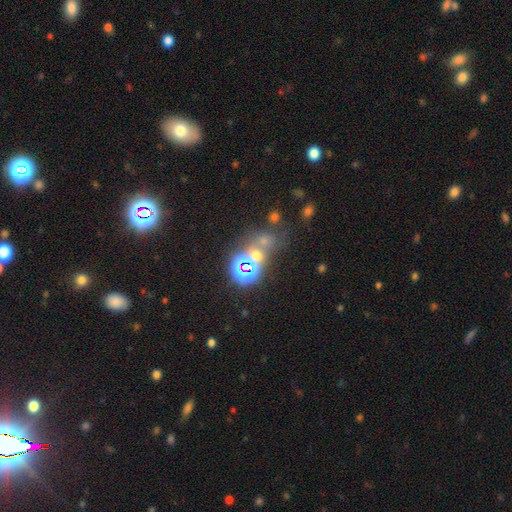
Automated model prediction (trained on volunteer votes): A star or artifact, not a galaxy (48%).